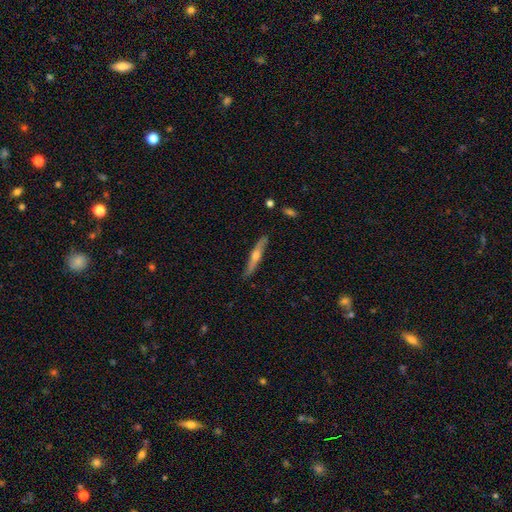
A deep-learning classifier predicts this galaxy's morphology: This appears to be a featured or disk galaxy (61%) viewed edge-on (93%) with a rounded central bulge (87%). Merging: none (86%).